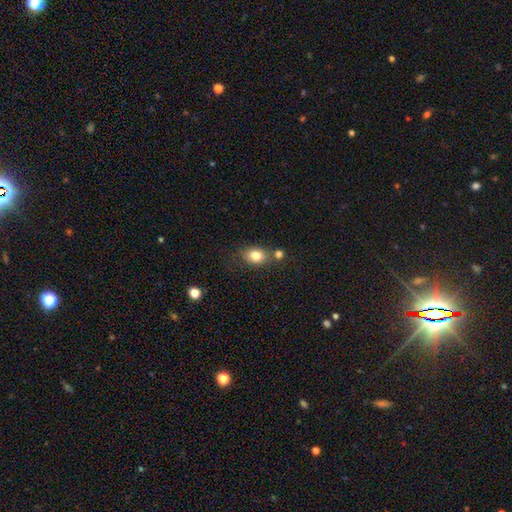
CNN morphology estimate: This is clearly a smooth galaxy (81%). How rounded: possibly in between (59%). Merging: likely none (61%).